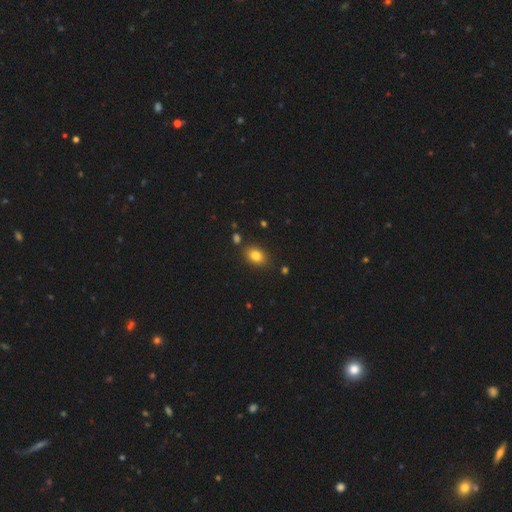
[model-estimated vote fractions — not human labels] Smooth or featured: smooth — 82% (star or artifact — 10%)
How rounded: in between — 76% (round — 22%)
Merging: none — 84% (minor disturbance — 10%)